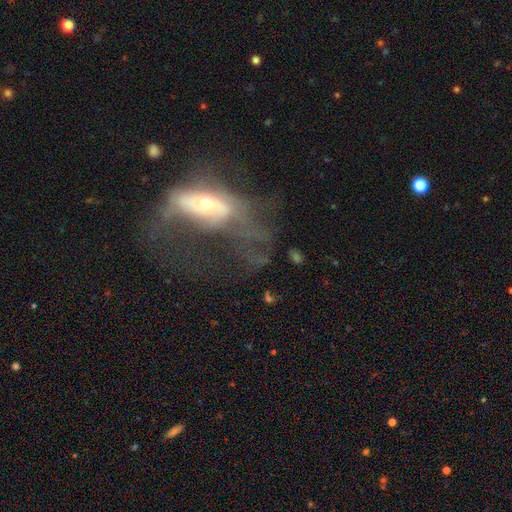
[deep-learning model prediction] This is possibly a featured or disk galaxy (57%). It is clearly not viewed edge-on (83%). Merging: likely major disturbance (60%).